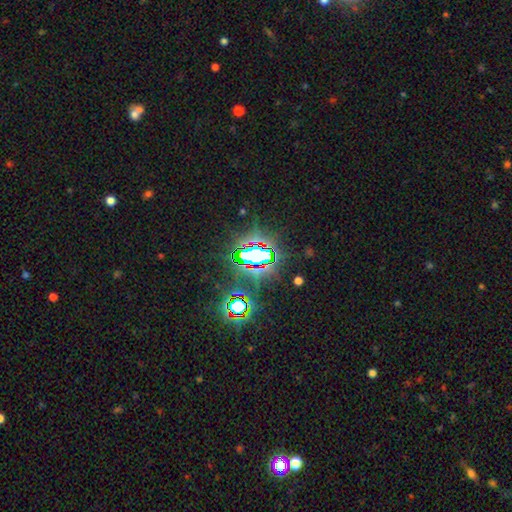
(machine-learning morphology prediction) Smooth or featured: star or artifact — 76% (smooth — 13%)